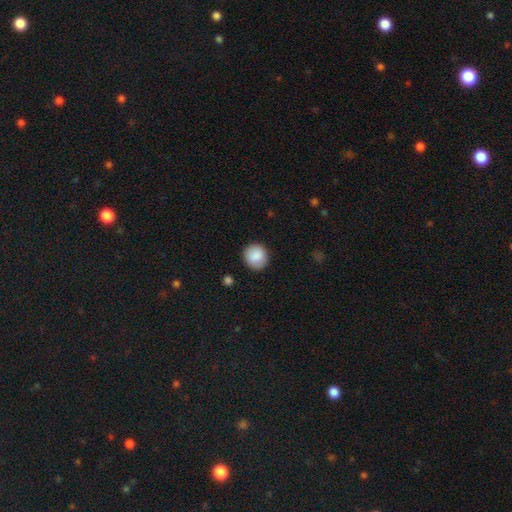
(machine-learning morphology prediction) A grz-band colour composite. It shows a smooth galaxy with no disk features (89%) that is round (85%). Merging: none (88%).